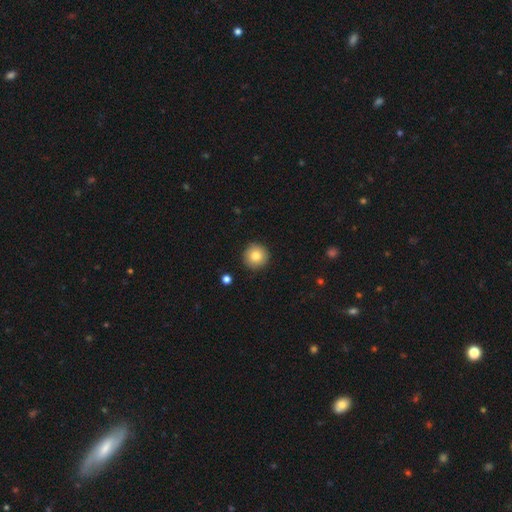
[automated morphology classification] Smooth or featured: smooth — 82% (star or artifact — 9%)
How rounded: round — 95% (in between — 4%)
Merging: none — 91% (minor disturbance — 6%)